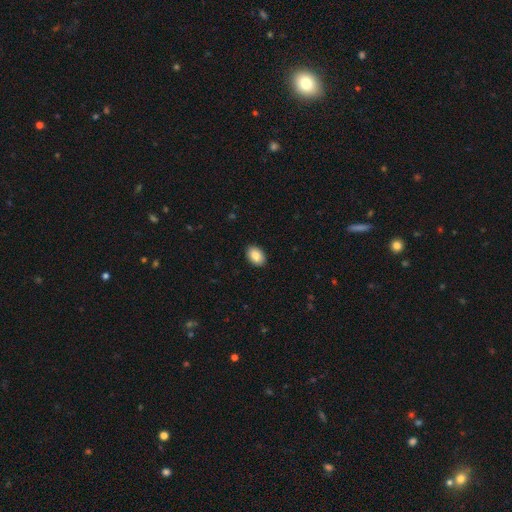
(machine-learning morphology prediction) Smooth or featured? Predicted: smooth (p=0.87). How rounded? Predicted: in between (p=0.86). Merging? Predicted: none (p=0.91).